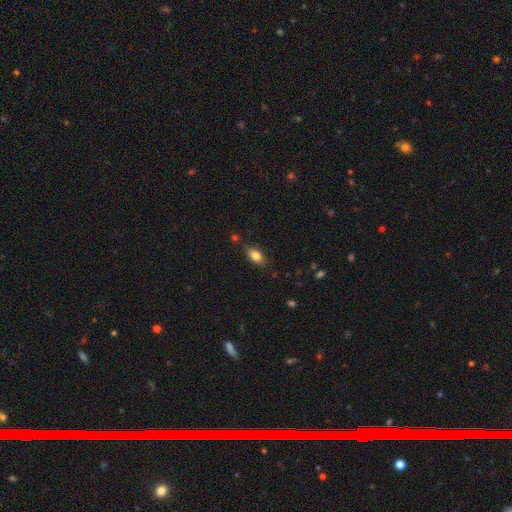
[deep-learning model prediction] Overall: smooth (82%). How rounded: in between (87%). Merging: none (80%).